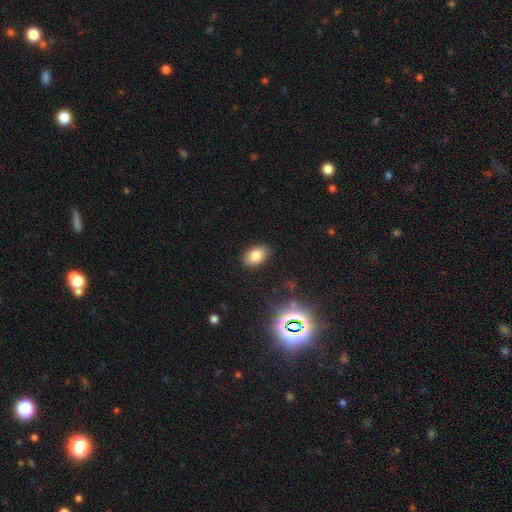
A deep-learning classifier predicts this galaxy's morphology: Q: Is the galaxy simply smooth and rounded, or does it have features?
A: smooth — 80%.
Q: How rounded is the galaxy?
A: in between — 88%.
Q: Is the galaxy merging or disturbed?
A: none — 87%.